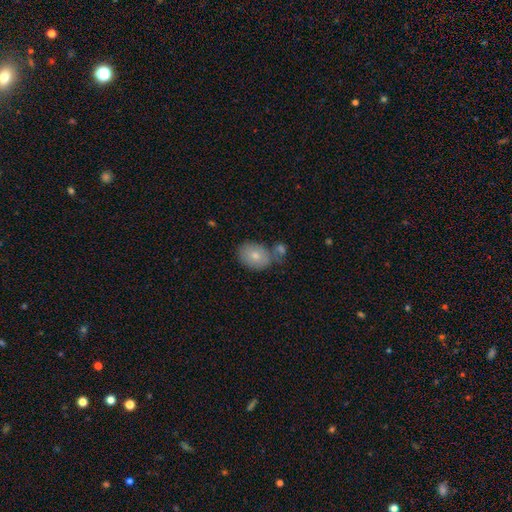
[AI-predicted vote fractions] The model was most divided on "how rounded": in between: 66%, round: 33%, cigar-shaped: 1%. More confident: smooth or featured — smooth (77%); merging — none (57%).